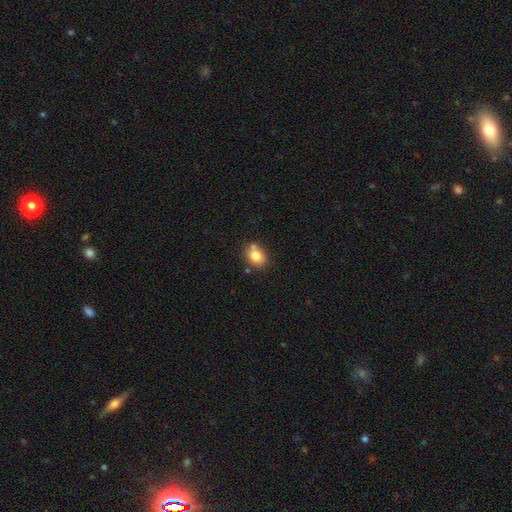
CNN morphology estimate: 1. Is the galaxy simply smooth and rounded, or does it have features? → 79% smooth, 11% featured or disk, 10% star or artifact.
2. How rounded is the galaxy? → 50% in between, 49% round, 1% cigar-shaped.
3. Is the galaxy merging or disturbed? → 64% none, 16% merger, 16% minor disturbance, 4% major disturbance.